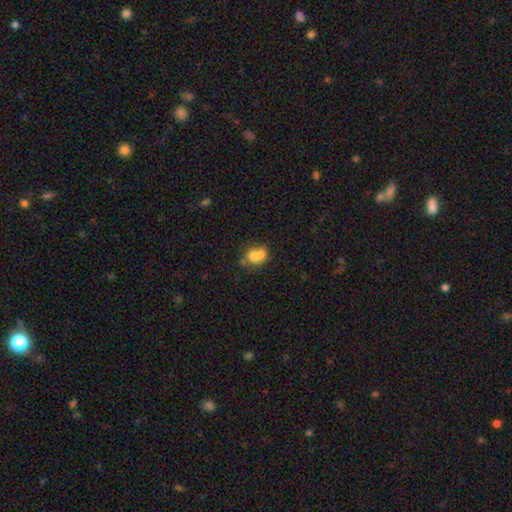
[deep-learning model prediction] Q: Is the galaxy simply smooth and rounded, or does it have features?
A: smooth — 67%.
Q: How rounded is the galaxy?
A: round — 61%.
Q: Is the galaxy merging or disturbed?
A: merger — 58%.